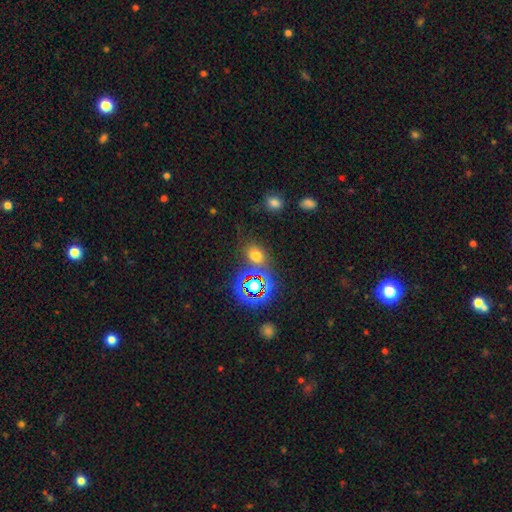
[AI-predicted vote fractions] Smooth or featured? smooth (61%)
How rounded? in between (56%)
Merging? none (69%)